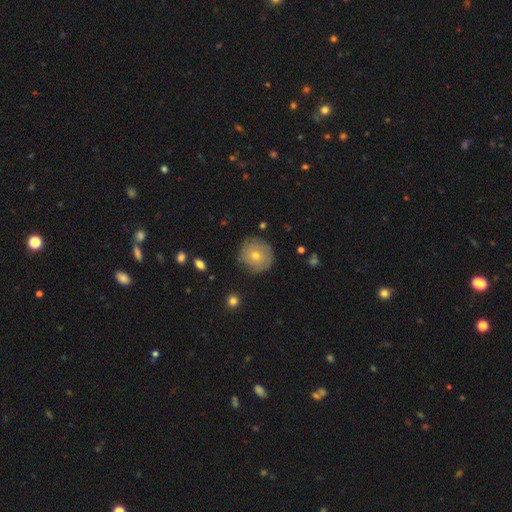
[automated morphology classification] This appears to be a featured or disk galaxy (46%). Merging: none (83%).